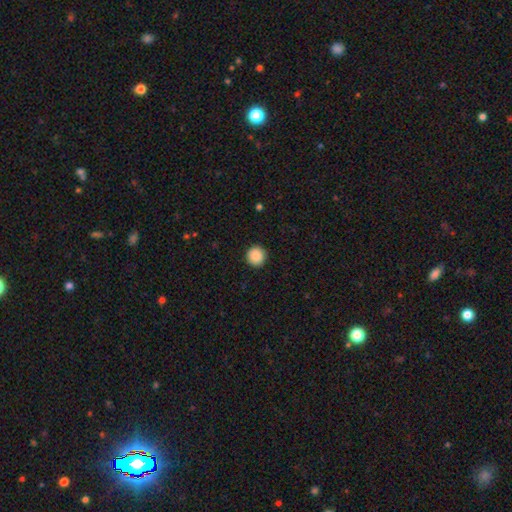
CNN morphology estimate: type=smooth (88%); roundness=round (94%); merging=none (93%).